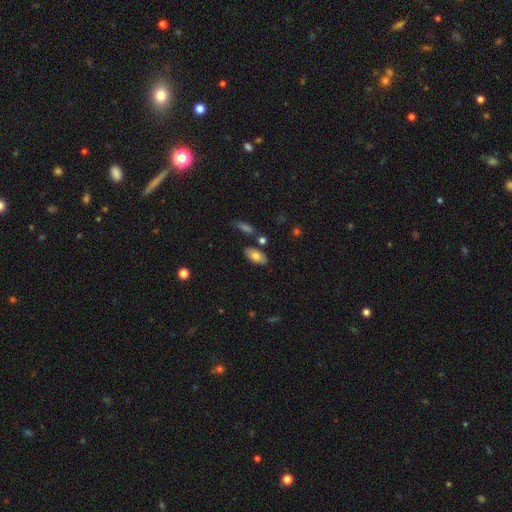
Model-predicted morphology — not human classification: A smooth galaxy with no disk features (74%) that is in between round and cigar-shaped (92%). Merging: none (79%).